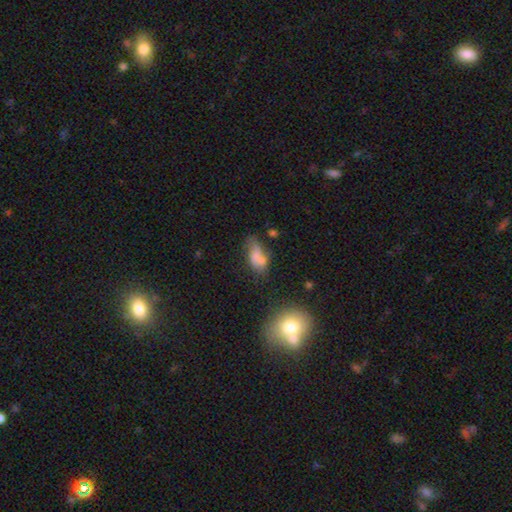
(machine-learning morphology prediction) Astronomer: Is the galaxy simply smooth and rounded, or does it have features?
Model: smooth — 64%.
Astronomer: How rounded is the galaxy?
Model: in between — 83%.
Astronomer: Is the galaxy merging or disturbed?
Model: none — 34% (runner-up: merger, 28%).